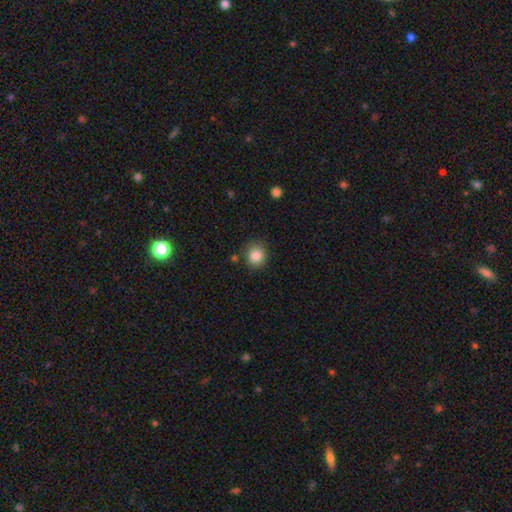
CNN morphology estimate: type=smooth (85%); roundness=round (83%); merging=none (82%).